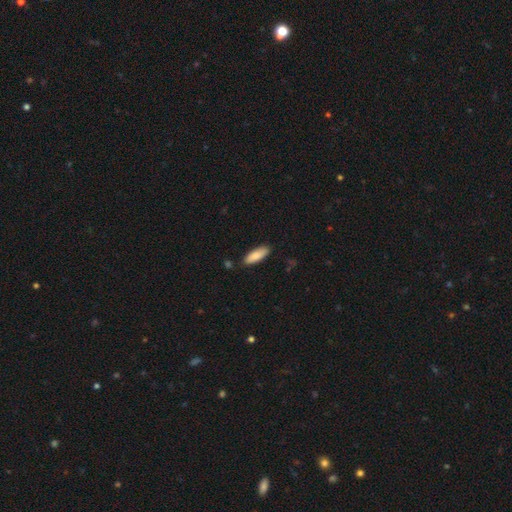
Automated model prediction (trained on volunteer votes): A smooth galaxy with no disk features (84%) that is in between round and cigar-shaped (64%).

Vote fractions:
- Smooth or featured? smooth: 84% / featured or disk: 10% / star or artifact: 6%
- How rounded? in between: 64% / cigar-shaped: 35% / round: 2%
- Merging? none: 84% / minor disturbance: 11% / merger: 2% / major disturbance: 2%